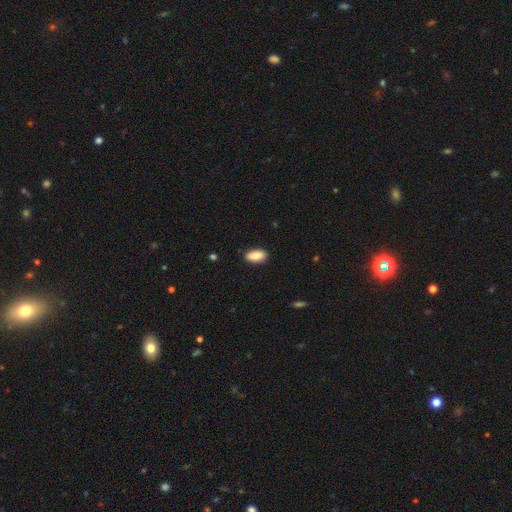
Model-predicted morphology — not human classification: This is clearly a smooth galaxy (87%). How rounded: clearly in between (92%). Merging: clearly none (87%).